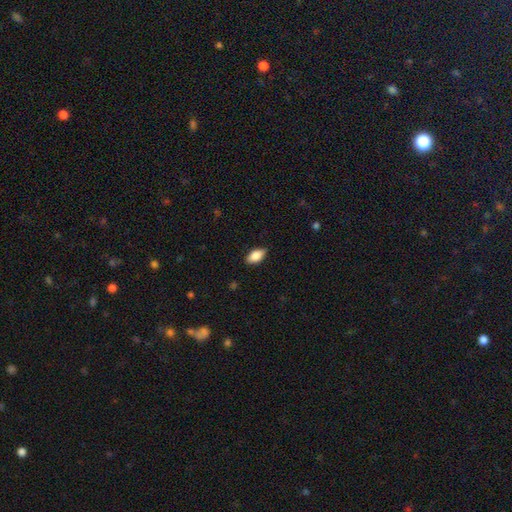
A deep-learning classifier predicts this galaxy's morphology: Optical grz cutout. It shows a smooth galaxy with no disk features (84%) that is in between round and cigar-shaped (91%). Merging: none (85%).